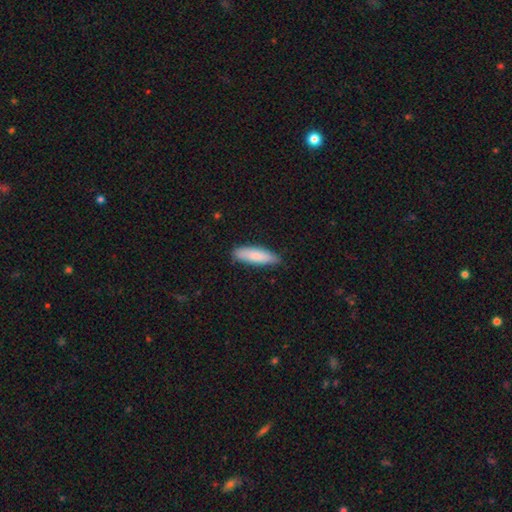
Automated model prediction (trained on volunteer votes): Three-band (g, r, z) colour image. It shows a smooth galaxy with no disk features (81%) that is cigar-shaped (60%). Merging: none (84%).